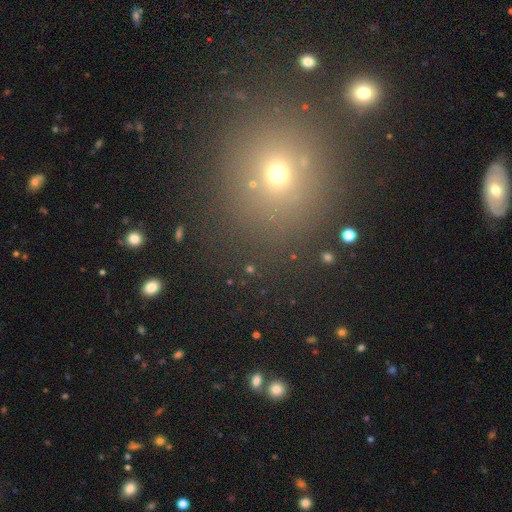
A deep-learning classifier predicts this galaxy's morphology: This appears to be a smooth galaxy with no disk features (49%). Merging: none (86%).